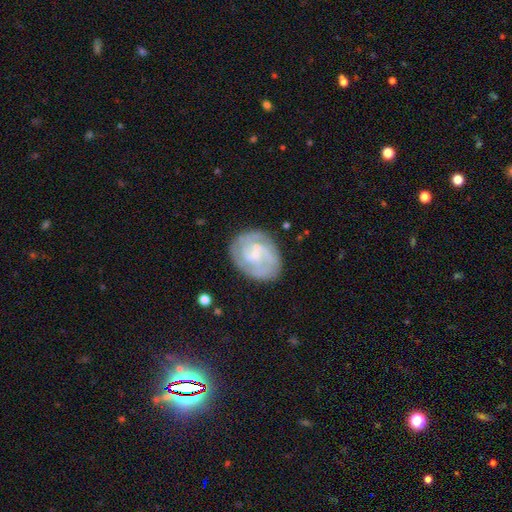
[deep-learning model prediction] featured or disk 78%, smooth 16%, star or artifact 6%. Down the decision tree: edge-on disk — no (98%); bar — weak (47%); spiral arms — yes (93%); spiral arm count — 2 (41%); spiral winding — tight (52%); bulge size — small (65%); merging — none (76%).